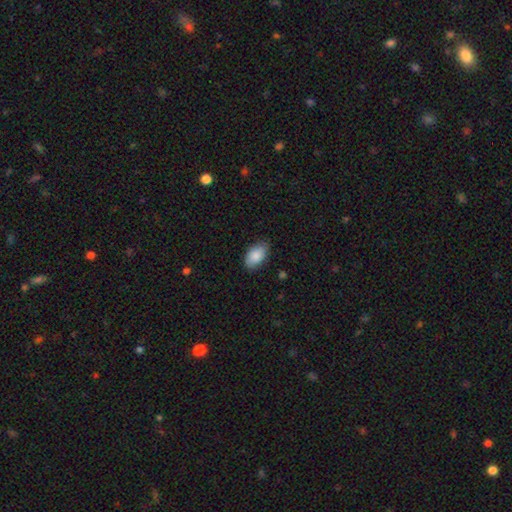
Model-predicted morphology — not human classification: type=smooth (88%); roundness=in between (93%); merging=none (82%).